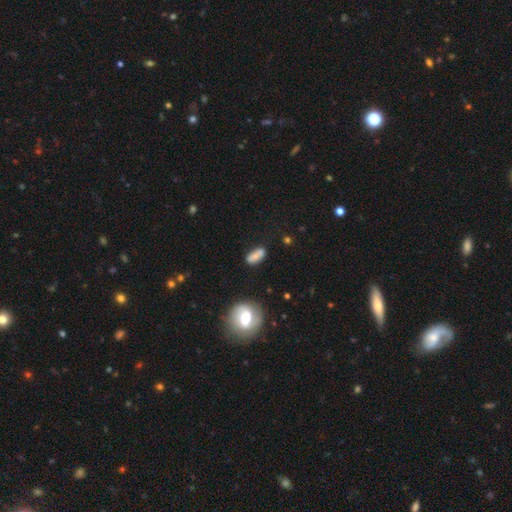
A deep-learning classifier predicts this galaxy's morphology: This appears to be a smooth galaxy with no disk features (69%) that is in between round and cigar-shaped (77%). Merging: none (57%).